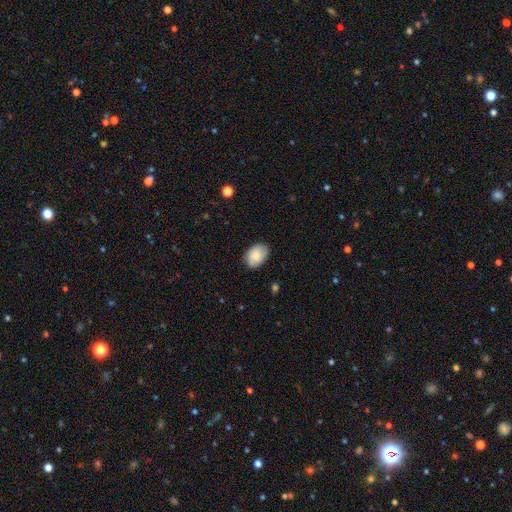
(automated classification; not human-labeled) Smooth or featured: smooth — 78% (featured or disk — 15%)
How rounded: in between — 84% (round — 15%)
Merging: none — 80% (minor disturbance — 16%)